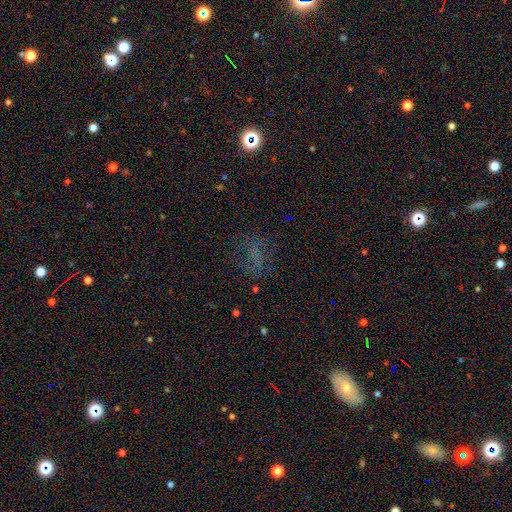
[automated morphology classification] Overall: star or artifact (35%, tied with smooth).